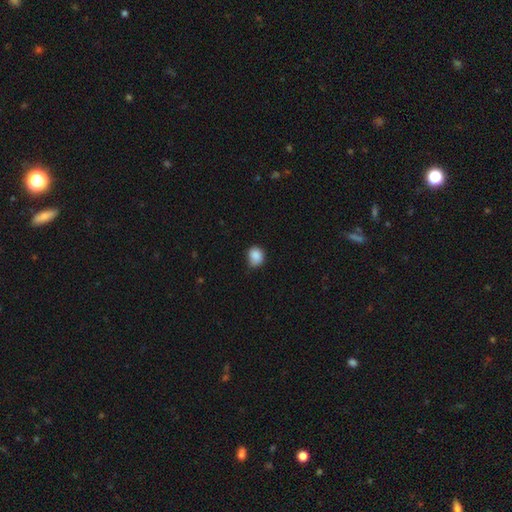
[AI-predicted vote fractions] A smooth galaxy with no disk features (88%) that is round (66%). Merging: none (67%).